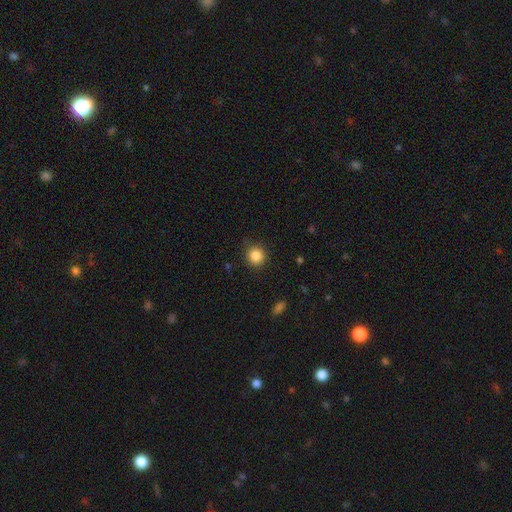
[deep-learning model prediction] This is clearly a smooth galaxy (85%). How rounded: clearly round (91%). Merging: clearly none (88%).